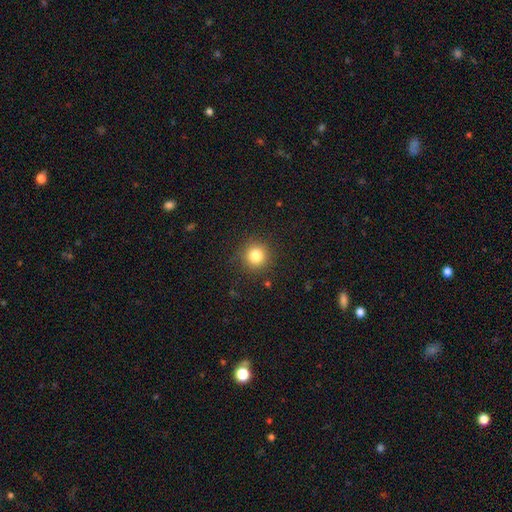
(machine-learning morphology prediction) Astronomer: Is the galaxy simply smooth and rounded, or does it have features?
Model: smooth — 82%.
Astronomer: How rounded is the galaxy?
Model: round — 94%.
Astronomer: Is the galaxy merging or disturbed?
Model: none — 89%.